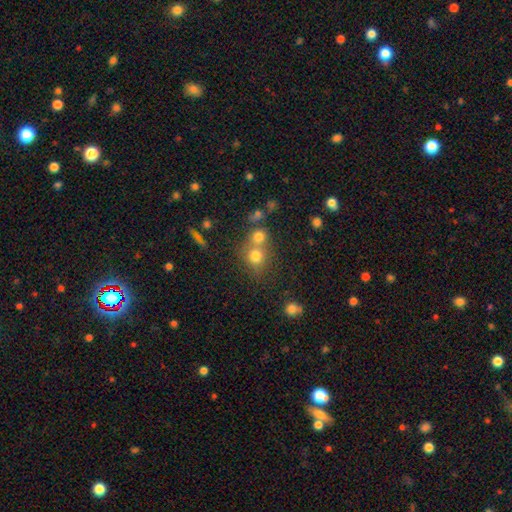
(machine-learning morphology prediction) A smooth galaxy with no disk features (74%) that is round (83%). Merging: none (47%).